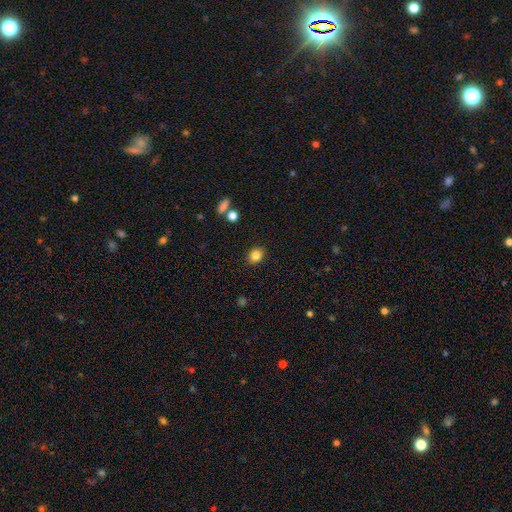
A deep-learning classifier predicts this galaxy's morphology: Q: Smooth or featured?
A: smooth (84%); runner-up: star or artifact (11%)
Q: How rounded?
A: round (63%); runner-up: in between (36%)
Q: Merging?
A: none (87%); runner-up: minor disturbance (8%)